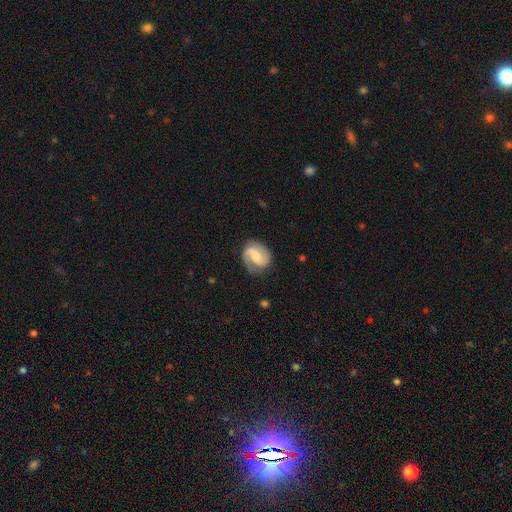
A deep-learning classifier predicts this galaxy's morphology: Q: Smooth or featured?
A: featured or disk (86%); runner-up: smooth (10%)
Q: Edge-on disk?
A: no (98%); runner-up: yes (2%)
Q: Bar?
A: weak (48%); runner-up: no (31%)
Q: Spiral arms?
A: yes (97%); runner-up: no (3%)
Q: Spiral winding?
A: medium (52%); runner-up: tight (29%)
Q: Spiral arm count?
A: 2 (91%); runner-up: 1 (3%)
Q: Bulge size?
A: moderate (41%); runner-up: small (31%)
Q: Merging?
A: none (80%); runner-up: minor disturbance (14%)